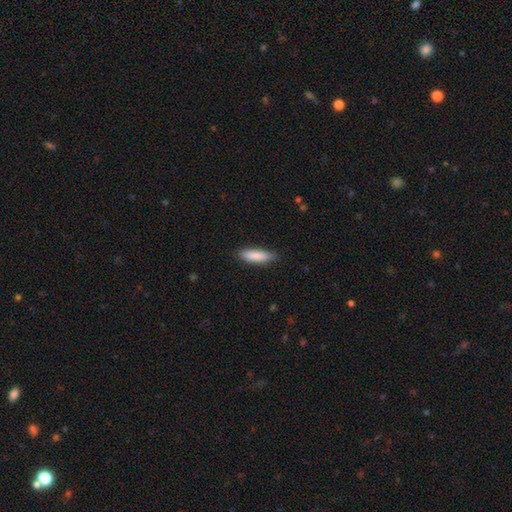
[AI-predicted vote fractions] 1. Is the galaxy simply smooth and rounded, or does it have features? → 86% smooth, 8% featured or disk, 5% star or artifact.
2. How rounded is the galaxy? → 62% cigar-shaped, 36% in between, 1% round.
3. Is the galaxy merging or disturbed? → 85% none, 12% minor disturbance, 2% major disturbance, 1% merger.